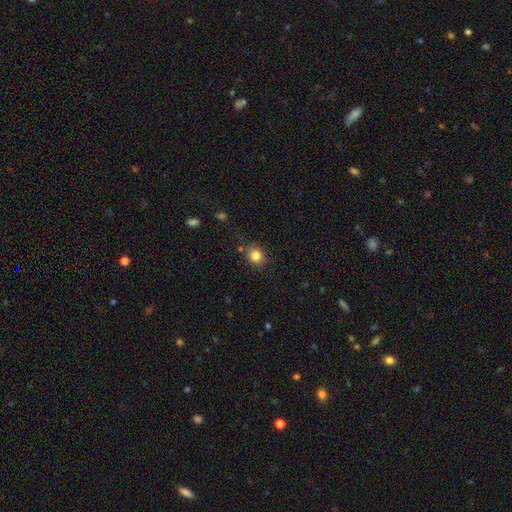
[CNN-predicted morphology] The model was most divided on "how rounded": round: 79%, in between: 20%, cigar-shaped: 1%. More confident: smooth or featured — smooth (83%); merging — none (79%).